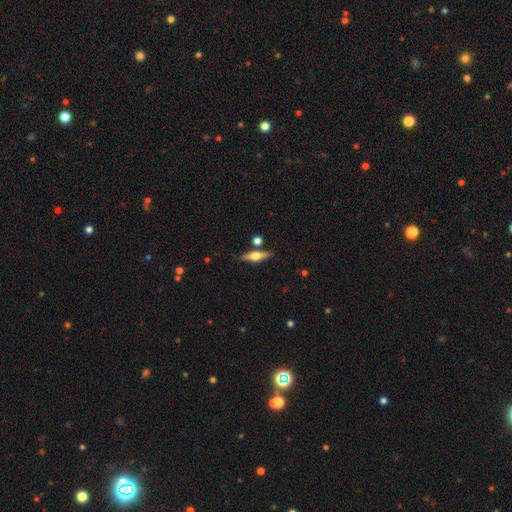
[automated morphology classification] A featured or disk galaxy (61%) viewed edge-on (95%) with a rounded central bulge (93%).

Vote fractions:
- Smooth or featured? featured or disk: 61% / smooth: 32% / star or artifact: 7%
- Edge-on disk? yes: 95% / no: 5%
- Edge-on bulge? rounded: 93% / boxy: 5% / none: 2%
- Merging? none: 80% / minor disturbance: 10% / merger: 8% / major disturbance: 3%